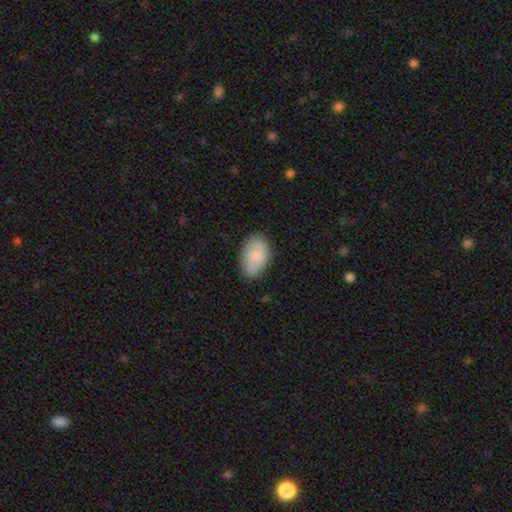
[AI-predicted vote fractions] Morphology: type=smooth (68%); roundness=in between (90%); merging=none (74%).